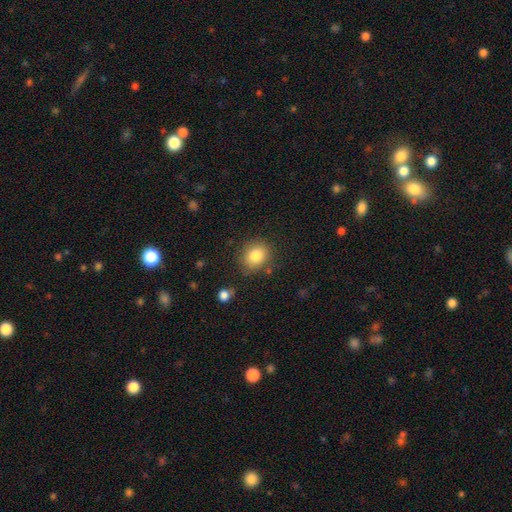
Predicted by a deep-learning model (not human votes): Smooth or featured? smooth (83%)
How rounded? round (72%)
Merging? none (81%)